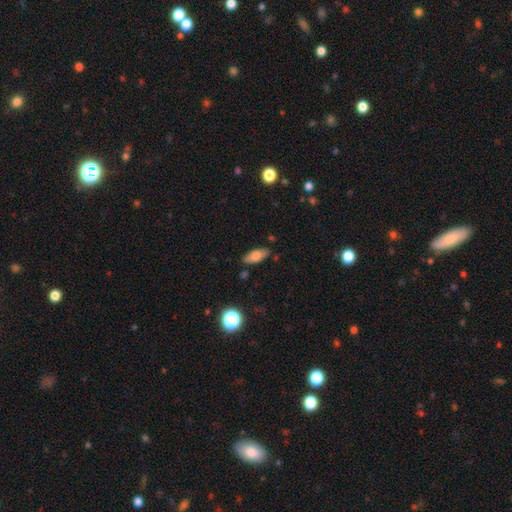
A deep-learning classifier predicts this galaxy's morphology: type=smooth (70%); roundness=in between (77%); merging=none (82%).